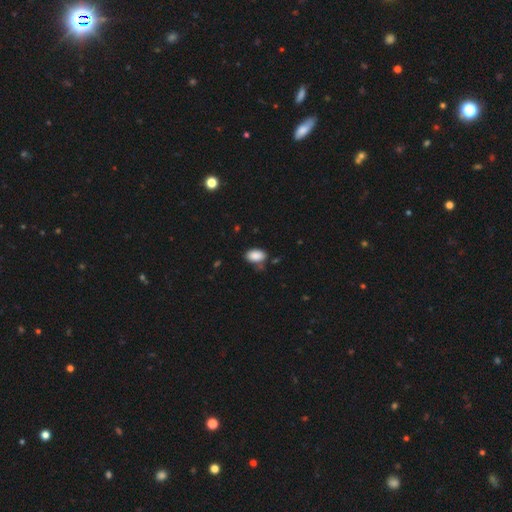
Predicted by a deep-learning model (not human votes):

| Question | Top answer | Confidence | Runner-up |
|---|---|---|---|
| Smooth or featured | smooth | 88% | star or artifact (8%) |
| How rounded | in between | 92% | round (6%) |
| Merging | none | 72% | minor disturbance (20%) |